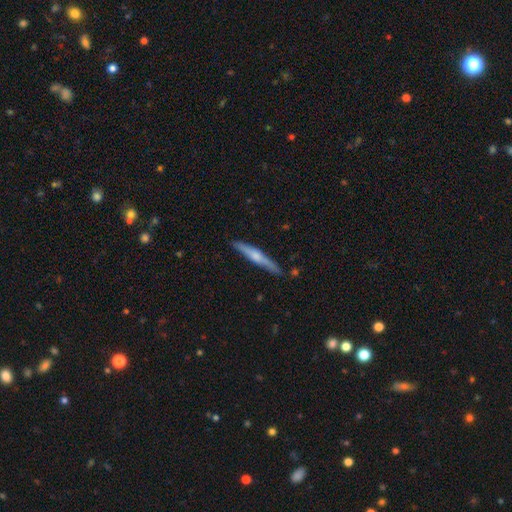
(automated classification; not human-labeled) A featured or disk galaxy (60%) viewed edge-on (97%) with a rounded central bulge (76%). Merging: none (88%).